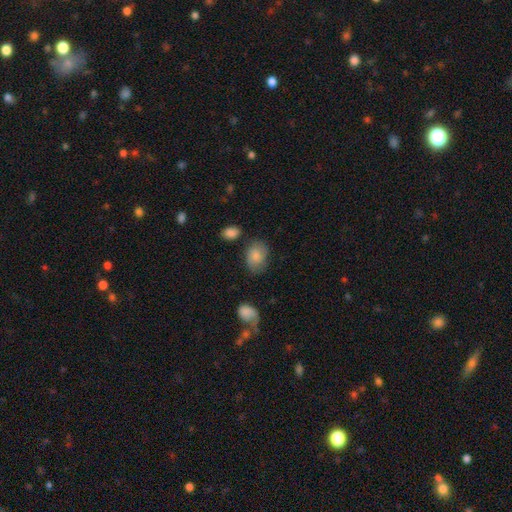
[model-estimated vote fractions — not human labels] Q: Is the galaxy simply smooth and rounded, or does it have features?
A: smooth — 83%.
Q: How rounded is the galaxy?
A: in between — 80%.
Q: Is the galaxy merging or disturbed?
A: none — 68%.